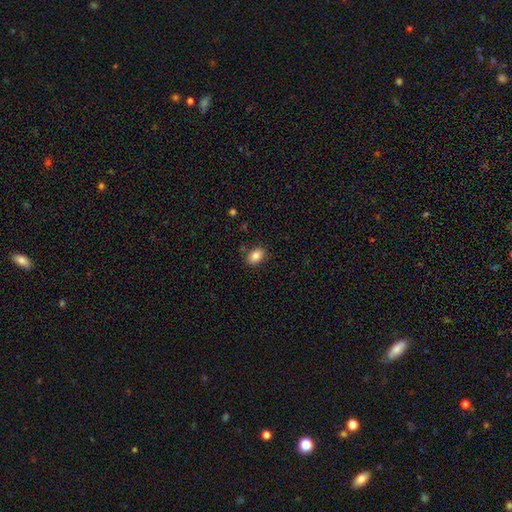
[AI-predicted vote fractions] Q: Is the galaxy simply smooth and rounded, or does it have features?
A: smooth — 83%.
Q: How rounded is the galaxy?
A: in between — 81%.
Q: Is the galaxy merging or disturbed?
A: none — 84%.